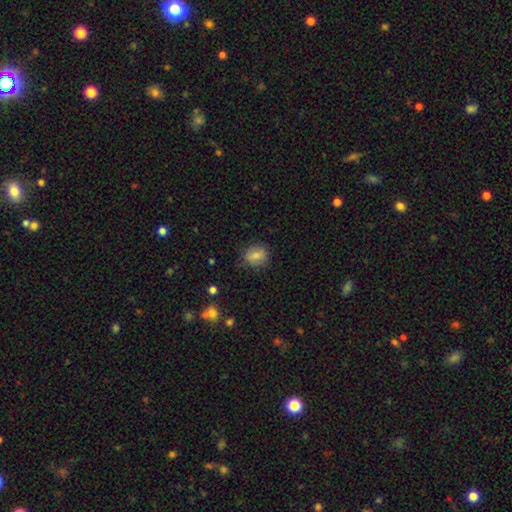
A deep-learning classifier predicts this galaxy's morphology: Smooth or featured?
  - smooth: 78% *
  - featured or disk: 13%
  - star or artifact: 9%
How rounded?
  - round: 68% *
  - in between: 31%
  - cigar-shaped: 1%
Merging?
  - none: 81% *
  - minor disturbance: 14%
  - major disturbance: 4%
  - merger: 1%